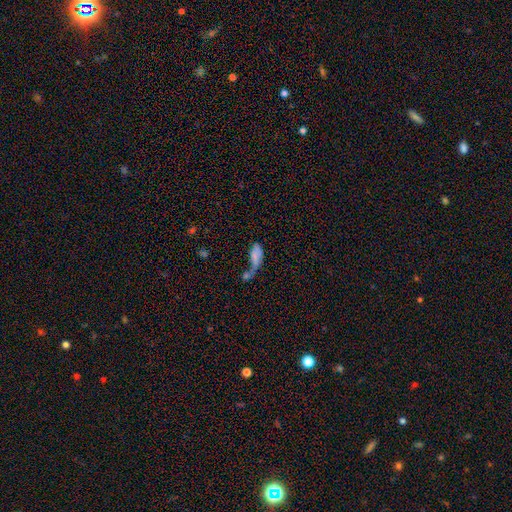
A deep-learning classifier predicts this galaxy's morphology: A smooth galaxy with no disk features (62%) that is in between round and cigar-shaped (80%).

Vote fractions:
- Smooth or featured? smooth: 62% / featured or disk: 27% / star or artifact: 11%
- How rounded? in between: 80% / cigar-shaped: 16% / round: 4%
- Merging? merger: 45% / major disturbance: 28% / none: 15% / minor disturbance: 13%